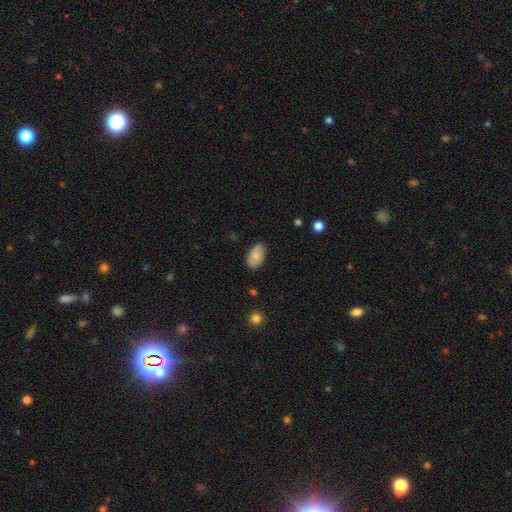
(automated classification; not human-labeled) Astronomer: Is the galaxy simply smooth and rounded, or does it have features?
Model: smooth — 82%.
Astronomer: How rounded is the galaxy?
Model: in between — 94%.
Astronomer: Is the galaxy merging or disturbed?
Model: none — 79%.